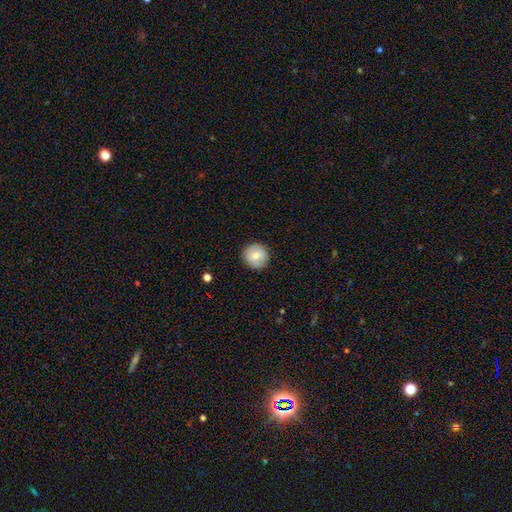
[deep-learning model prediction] A smooth galaxy with no disk features (74%) that is round (95%).

Vote fractions:
- Smooth or featured? smooth: 74% / featured or disk: 19% / star or artifact: 8%
- How rounded? round: 95% / in between: 4% / cigar-shaped: 1%
- Merging? none: 88% / minor disturbance: 9% / major disturbance: 2% / merger: 1%